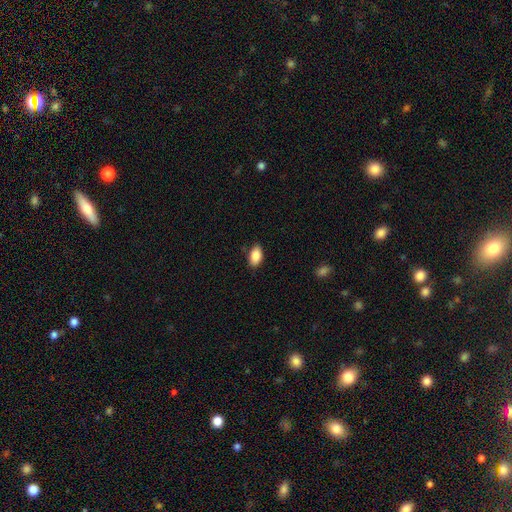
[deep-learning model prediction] Smooth or featured? smooth (88%)
How rounded? in between (93%)
Merging? none (85%)